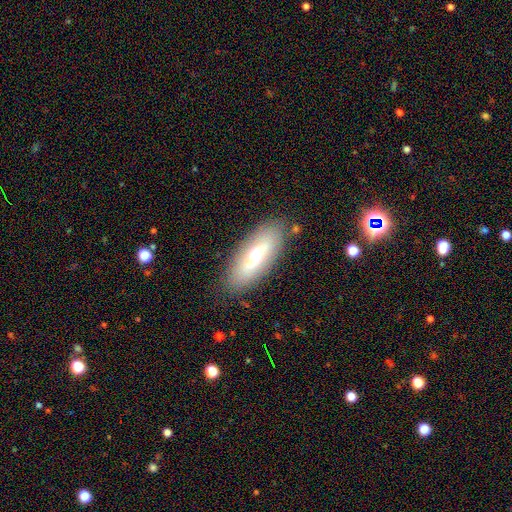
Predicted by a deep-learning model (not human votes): Smooth or featured?
  - smooth: 49% *
  - featured or disk: 43%
  - star or artifact: 8%
Merging?
  - none: 83% *
  - minor disturbance: 11%
  - major disturbance: 4%
  - merger: 2%